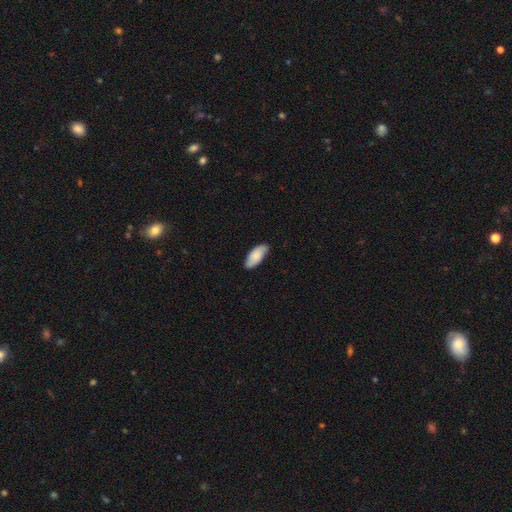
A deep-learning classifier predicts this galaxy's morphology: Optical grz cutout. It shows a smooth galaxy with no disk features (75%) that is in between round and cigar-shaped (85%). Merging: none (84%).